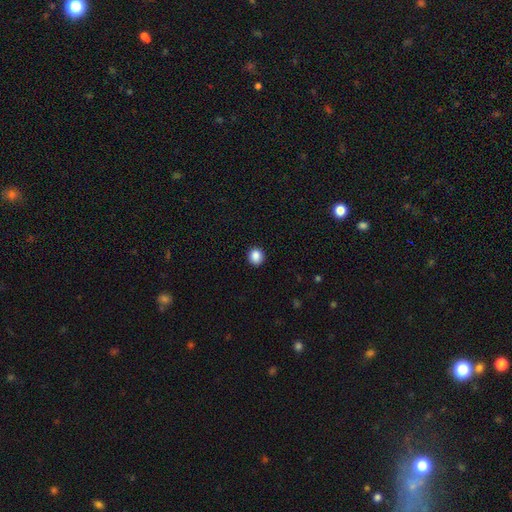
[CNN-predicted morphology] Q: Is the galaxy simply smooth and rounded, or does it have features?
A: smooth — 88%.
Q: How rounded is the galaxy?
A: round — 89%.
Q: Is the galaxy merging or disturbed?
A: none — 93%.